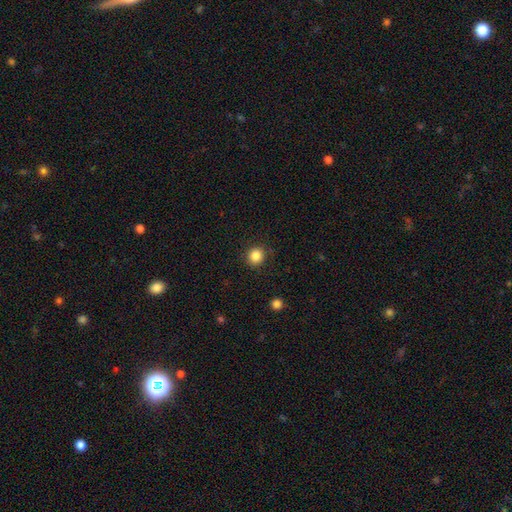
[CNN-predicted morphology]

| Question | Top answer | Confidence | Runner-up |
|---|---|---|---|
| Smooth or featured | smooth | 85% | star or artifact (11%) |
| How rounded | round | 89% | in between (10%) |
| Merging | none | 89% | minor disturbance (7%) |